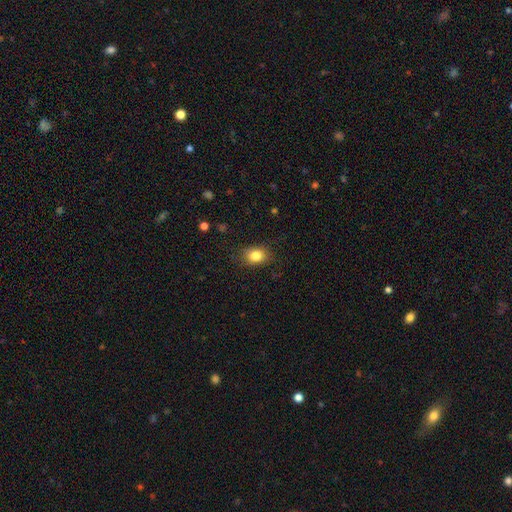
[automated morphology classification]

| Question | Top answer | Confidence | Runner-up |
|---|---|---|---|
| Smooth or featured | smooth | 82% | star or artifact (10%) |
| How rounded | in between | 57% | round (42%) |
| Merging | none | 82% | minor disturbance (14%) |